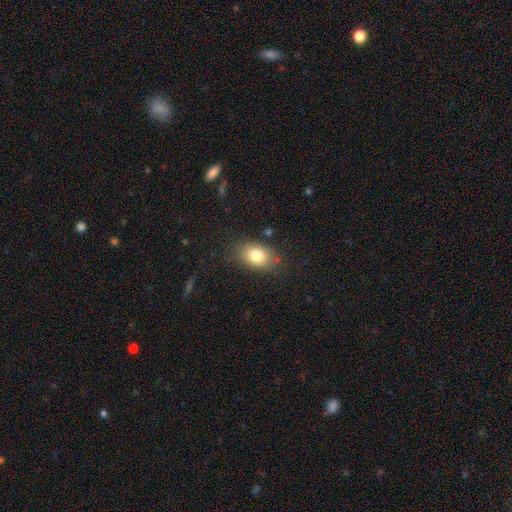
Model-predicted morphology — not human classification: Smooth or featured? smooth (80%)
How rounded? in between (82%)
Merging? none (80%)